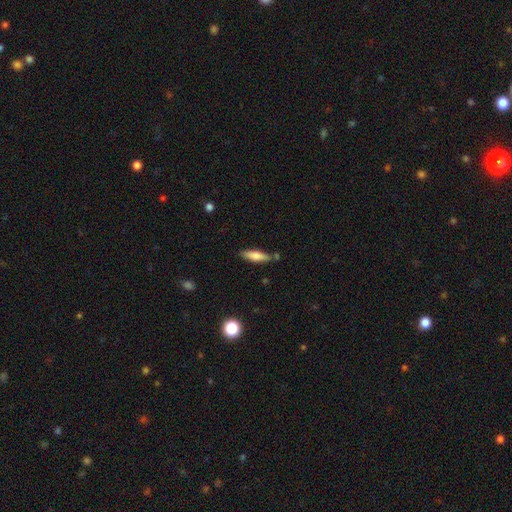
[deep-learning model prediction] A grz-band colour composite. It shows a smooth galaxy with no disk features (68%) that is cigar-shaped (67%). Merging: none (78%).